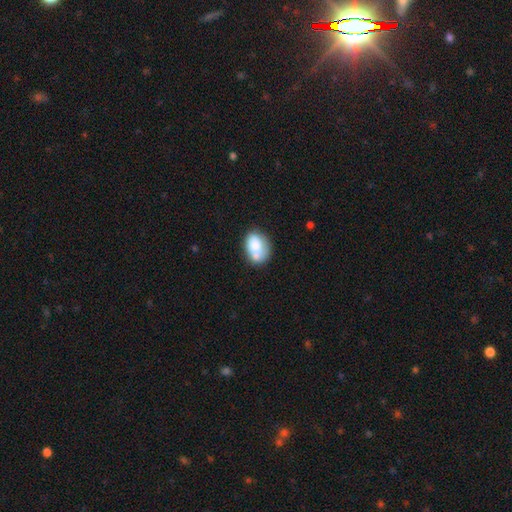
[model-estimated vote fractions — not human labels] Smooth or featured: smooth — 73% (featured or disk — 19%)
How rounded: in between — 78% (round — 21%)
Merging: none — 41% (merger — 29%)